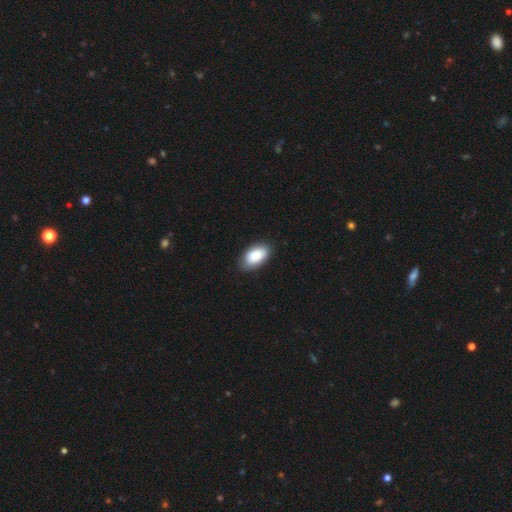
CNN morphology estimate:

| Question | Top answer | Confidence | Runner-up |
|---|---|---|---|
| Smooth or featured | smooth | 87% | featured or disk (7%) |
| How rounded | in between | 94% | round (4%) |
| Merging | none | 83% | minor disturbance (14%) |